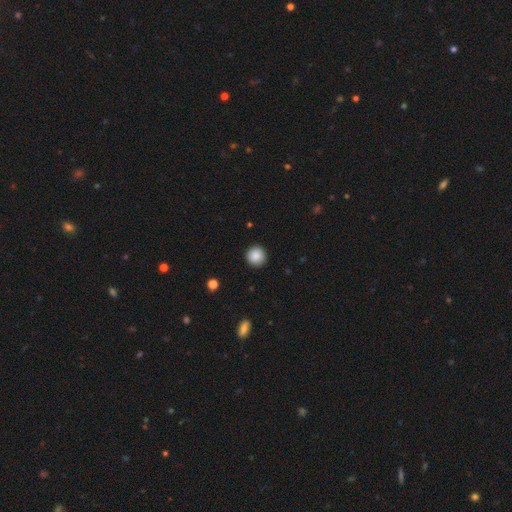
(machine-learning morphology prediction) Smooth or featured? smooth (88%)
How rounded? round (95%)
Merging? none (91%)